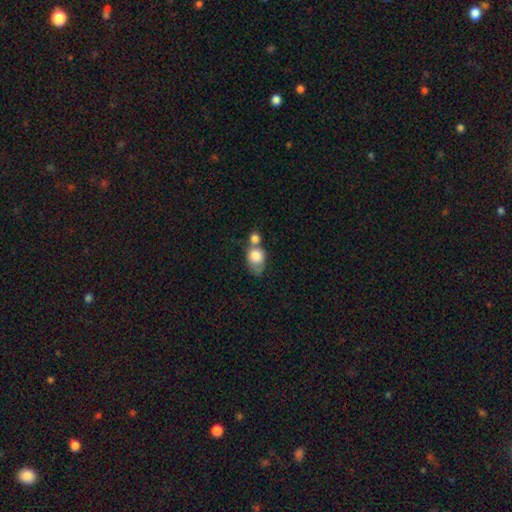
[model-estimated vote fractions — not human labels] smooth 80%, featured or disk 13%, star or artifact 7%. Down the decision tree: how rounded — in between (55%); merging — merger (56%).